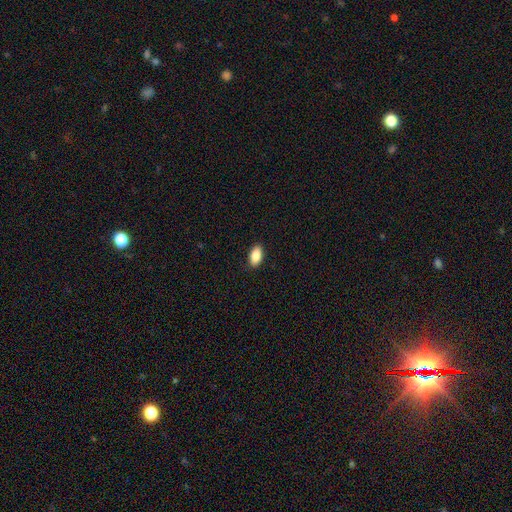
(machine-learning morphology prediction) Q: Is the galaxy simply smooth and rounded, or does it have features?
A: smooth — 88%.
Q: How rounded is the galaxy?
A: in between — 92%.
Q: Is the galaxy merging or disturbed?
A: none — 89%.